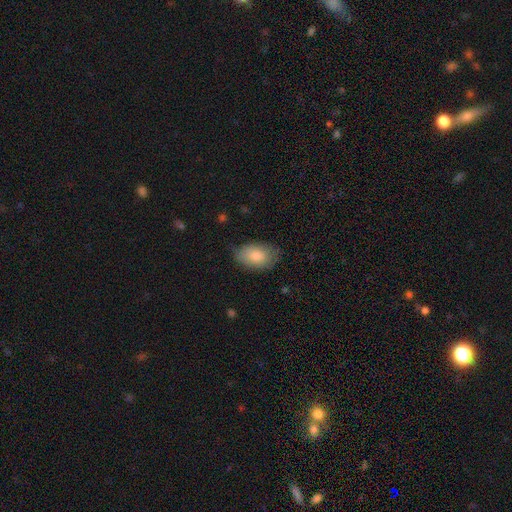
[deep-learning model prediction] Smooth or featured?
  - smooth: 80% *
  - featured or disk: 13%
  - star or artifact: 7%
How rounded?
  - in between: 91% *
  - round: 7%
  - cigar-shaped: 1%
Merging?
  - none: 77% *
  - minor disturbance: 19%
  - major disturbance: 3%
  - merger: 1%